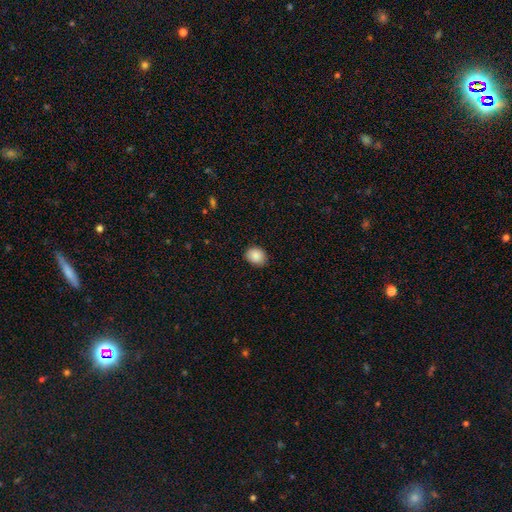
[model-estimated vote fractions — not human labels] Smooth or featured? smooth (88%)
How rounded? round (56%)
Merging? none (84%)